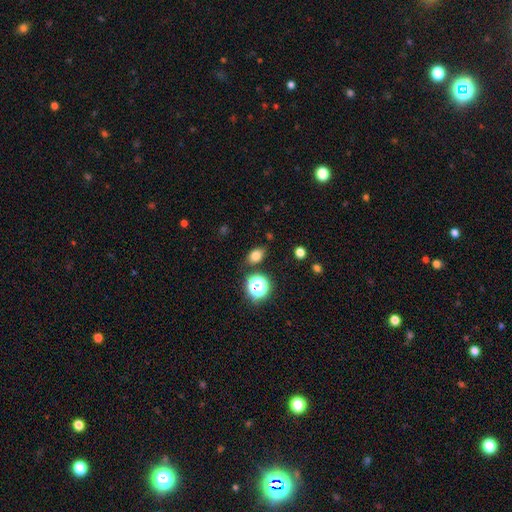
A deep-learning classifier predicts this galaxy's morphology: This is likely a smooth galaxy (75%). How rounded: likely in between (71%). Merging: clearly none (81%).